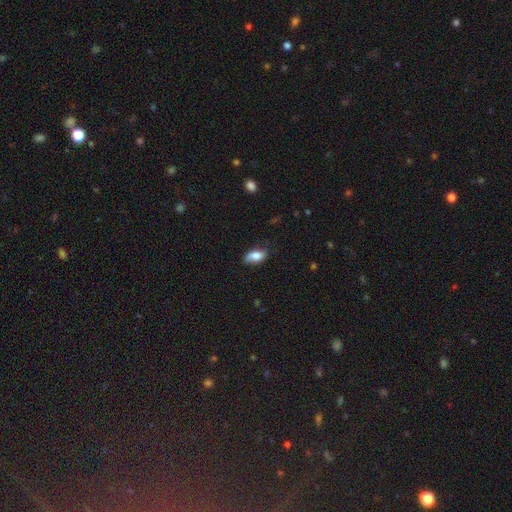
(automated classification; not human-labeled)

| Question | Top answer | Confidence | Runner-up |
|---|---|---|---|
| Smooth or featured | smooth | 77% | featured or disk (15%) |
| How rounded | in between | 90% | round (5%) |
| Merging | none | 65% | minor disturbance (27%) |